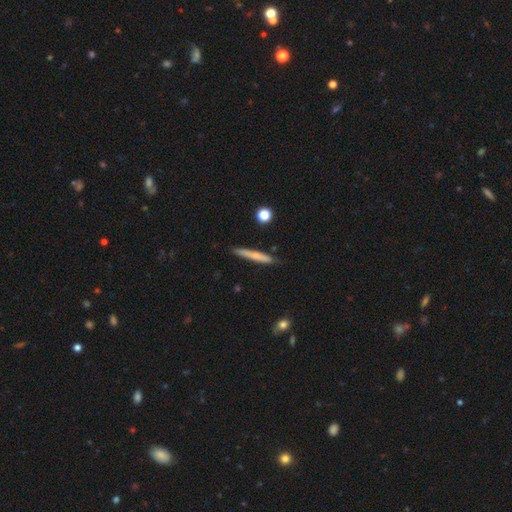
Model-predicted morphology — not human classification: Q: Smooth or featured?
A: smooth (61%); runner-up: featured or disk (32%)
Q: How rounded?
A: cigar-shaped (94%); runner-up: in between (4%)
Q: Merging?
A: none (84%); runner-up: minor disturbance (12%)